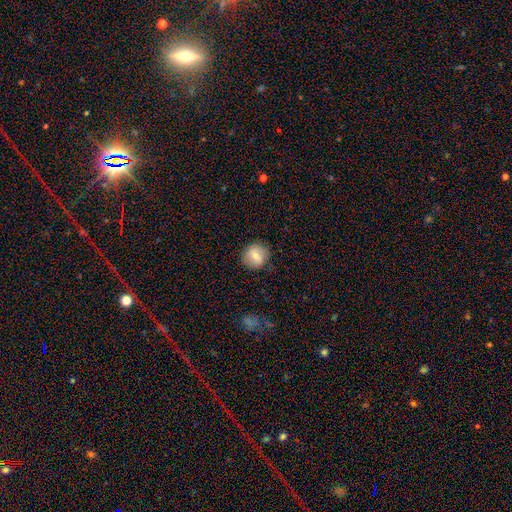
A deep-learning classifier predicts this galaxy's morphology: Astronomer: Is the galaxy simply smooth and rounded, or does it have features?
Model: smooth — 68%.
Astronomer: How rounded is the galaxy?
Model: round — 89%.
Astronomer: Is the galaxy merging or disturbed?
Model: none — 86%.